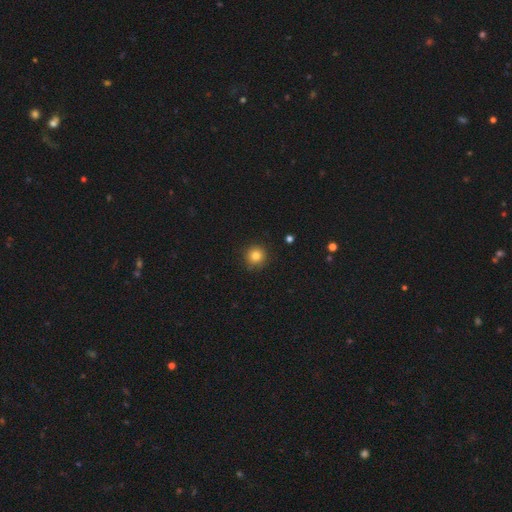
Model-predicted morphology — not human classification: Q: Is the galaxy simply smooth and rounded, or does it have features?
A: smooth — 81%.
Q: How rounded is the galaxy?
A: round — 95%.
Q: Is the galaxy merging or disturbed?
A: none — 89%.